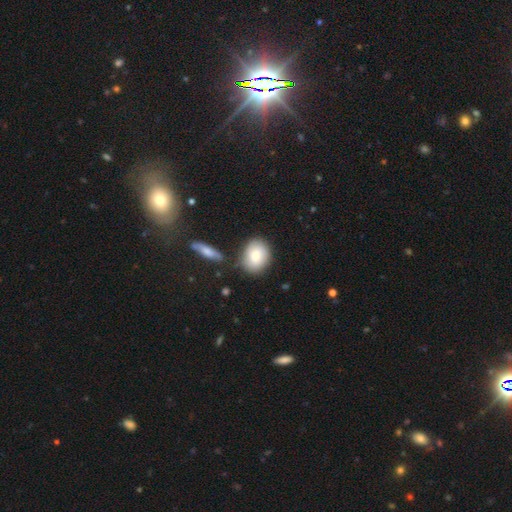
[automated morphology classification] A smooth galaxy with no disk features (79%) that is in between round and cigar-shaped (50%).

Vote fractions:
- Smooth or featured? smooth: 79% / featured or disk: 14% / star or artifact: 7%
- How rounded? in between: 50% / round: 48% / cigar-shaped: 2%
- Merging? none: 72% / minor disturbance: 15% / merger: 9% / major disturbance: 4%